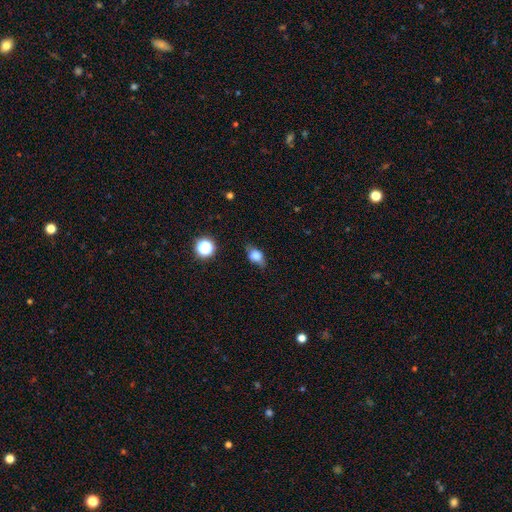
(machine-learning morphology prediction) Smooth or featured? smooth (69%)
How rounded? in between (65%)
Merging? none (68%)